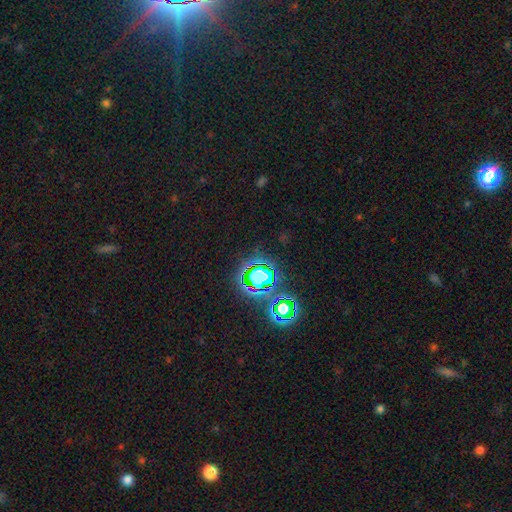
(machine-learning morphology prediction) Smooth or featured? Predicted: star or artifact (p=0.79).